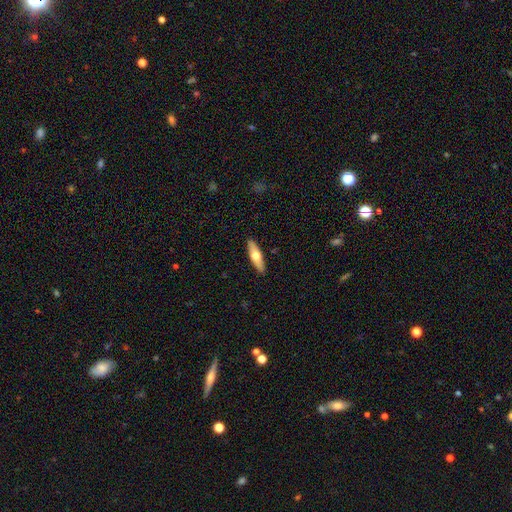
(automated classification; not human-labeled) Smooth or featured? smooth (53%)
How rounded? cigar-shaped (59%)
Merging? none (91%)